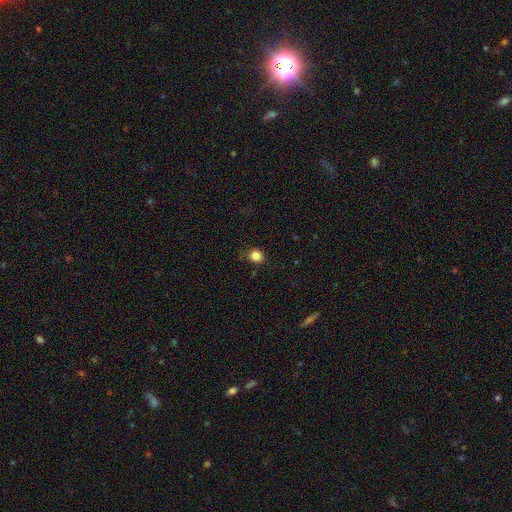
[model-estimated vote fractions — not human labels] This appears to be a smooth galaxy with no disk features (83%) that is round (73%). Merging: none (82%).